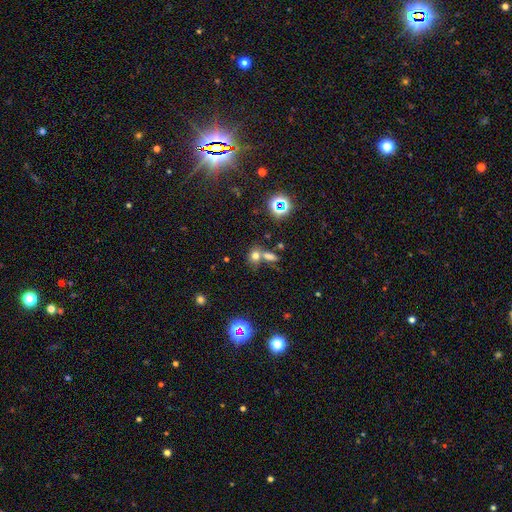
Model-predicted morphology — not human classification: Smooth or featured? Predicted: smooth (p=0.68). How rounded? Predicted: round (p=0.55). Merging? Predicted: none (p=0.47).